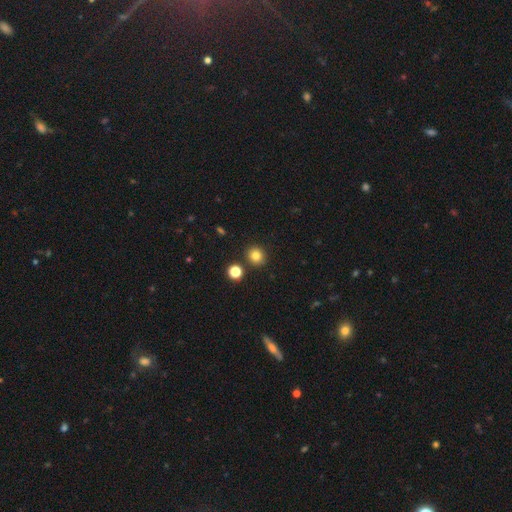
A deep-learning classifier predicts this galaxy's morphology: smooth-or-featured: smooth: 82% | star or artifact: 13% | featured or disk: 5%
  how-rounded: round: 88% | in between: 11% | cigar-shaped: 1%
  merging: none: 87% | minor disturbance: 6% | merger: 5% | major disturbance: 2%